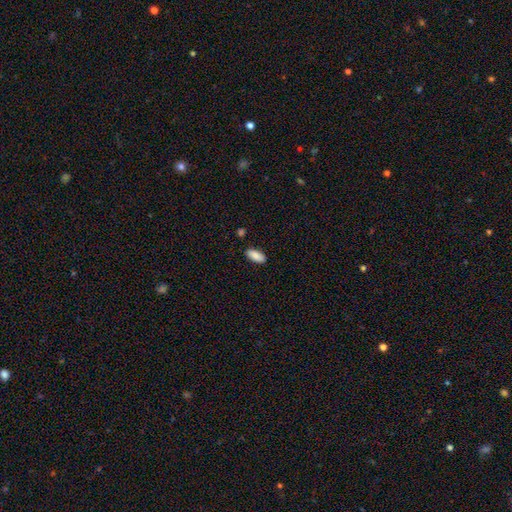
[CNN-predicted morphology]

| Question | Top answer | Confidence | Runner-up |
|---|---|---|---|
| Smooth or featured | smooth | 89% | star or artifact (6%) |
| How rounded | in between | 85% | cigar-shaped (13%) |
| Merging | none | 87% | minor disturbance (9%) |